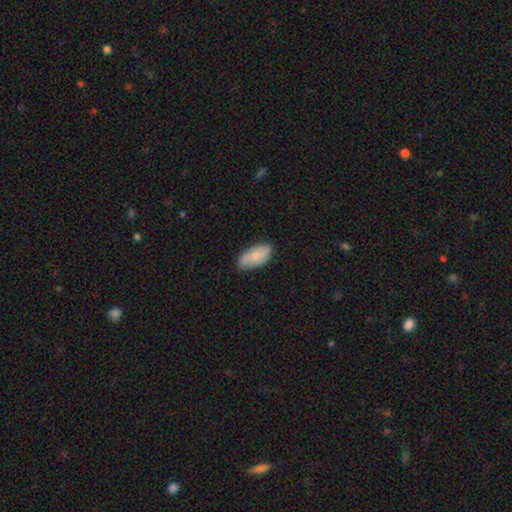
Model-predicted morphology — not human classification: Q: Smooth or featured?
A: smooth (76%); runner-up: featured or disk (18%)
Q: How rounded?
A: in between (92%); runner-up: cigar-shaped (5%)
Q: Merging?
A: none (75%); runner-up: minor disturbance (21%)